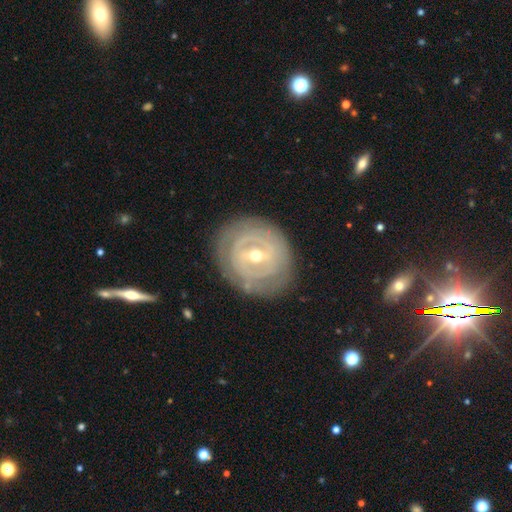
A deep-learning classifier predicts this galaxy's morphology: Smooth or featured? Predicted: featured or disk (p=0.82). Edge-on disk? Predicted: no (p=0.96). Bar? Predicted: weak (p=0.45). Spiral arms? Predicted: yes (p=0.64). Spiral winding? Predicted: tight (p=0.78). Spiral arm count? Predicted: can't tell (p=0.48). Bulge size? Predicted: moderate (p=0.54). Merging? Predicted: none (p=0.81).